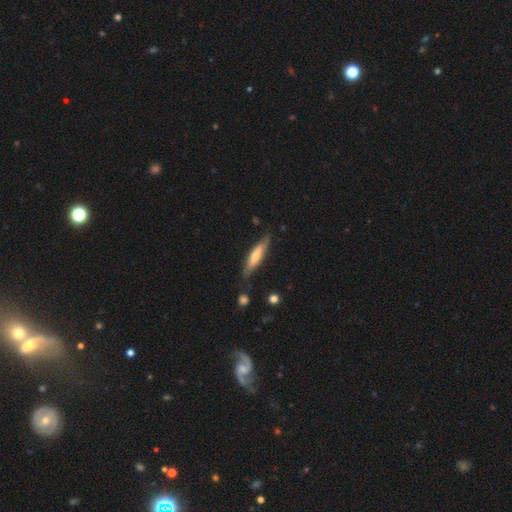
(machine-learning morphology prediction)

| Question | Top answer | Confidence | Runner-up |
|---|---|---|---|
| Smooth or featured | smooth | 60% | featured or disk (34%) |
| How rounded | cigar-shaped | 77% | in between (21%) |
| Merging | none | 76% | minor disturbance (18%) |